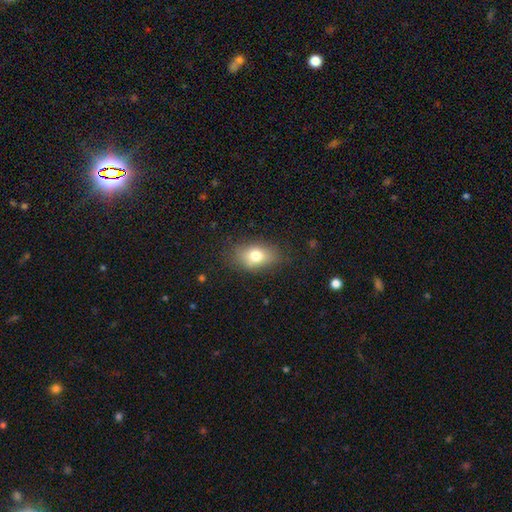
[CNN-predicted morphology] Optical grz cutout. It shows a smooth galaxy with no disk features (76%) that is in between round and cigar-shaped (80%). Merging: none (78%).